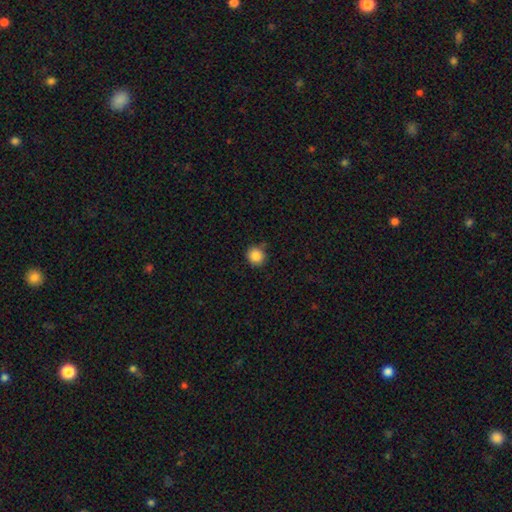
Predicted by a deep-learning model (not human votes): smooth_or_featured: smooth (p=0.86) [alt: star or artifact p=0.10]
how_rounded: round (p=0.90) [alt: in between p=0.09]
merging: none (p=0.83) [alt: minor disturbance p=0.12]